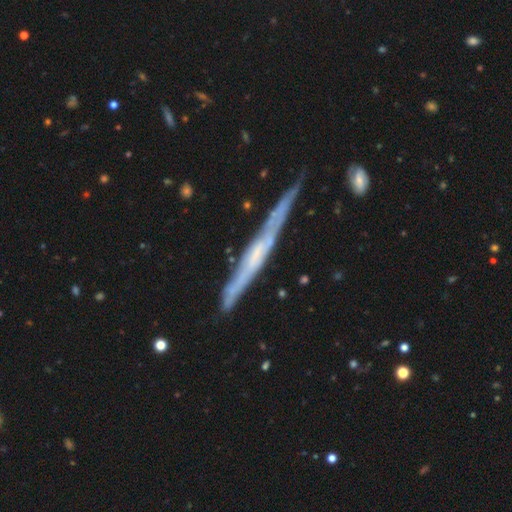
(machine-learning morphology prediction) Smooth or featured? Predicted: featured or disk (p=0.72). Edge-on disk? Predicted: yes (p=0.93). Edge-on bulge? Predicted: none (p=0.69). Merging? Predicted: none (p=0.76).